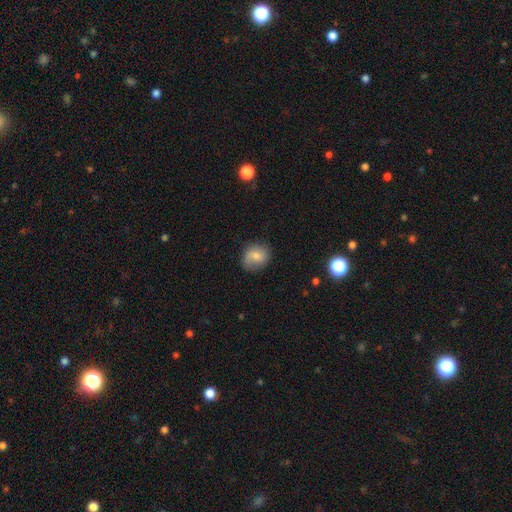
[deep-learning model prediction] Smooth or featured: smooth — 68% (featured or disk — 22%)
How rounded: round — 68% (in between — 31%)
Merging: none — 70% (minor disturbance — 22%)